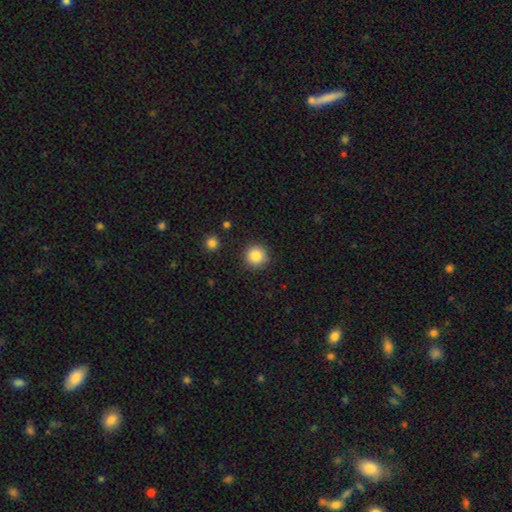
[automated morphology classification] smooth-or-featured: smooth: 85% | star or artifact: 9% | featured or disk: 5%
  how-rounded: round: 95% | in between: 4% | cigar-shaped: 1%
  merging: none: 90% | minor disturbance: 7% | major disturbance: 2% | merger: 2%